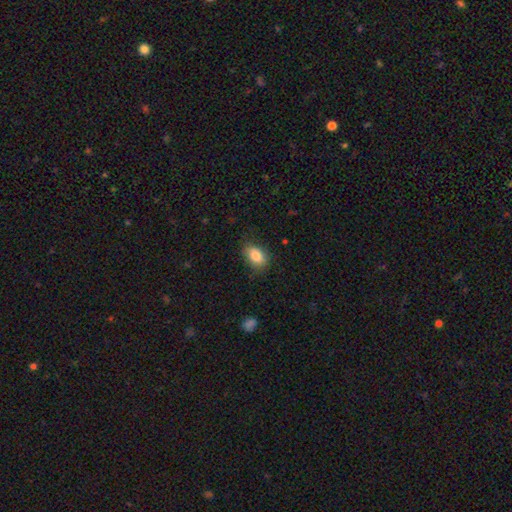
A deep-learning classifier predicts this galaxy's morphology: Smooth or featured: smooth — 85% (star or artifact — 8%)
How rounded: in between — 87% (round — 11%)
Merging: none — 80% (minor disturbance — 16%)